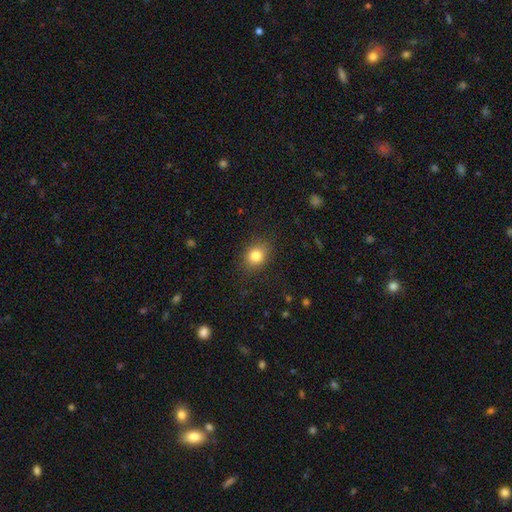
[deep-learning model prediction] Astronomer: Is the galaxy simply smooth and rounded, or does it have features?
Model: smooth — 83%.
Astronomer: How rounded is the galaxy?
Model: round — 55% (runner-up: in between, 44%).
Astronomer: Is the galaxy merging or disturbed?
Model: none — 84%.